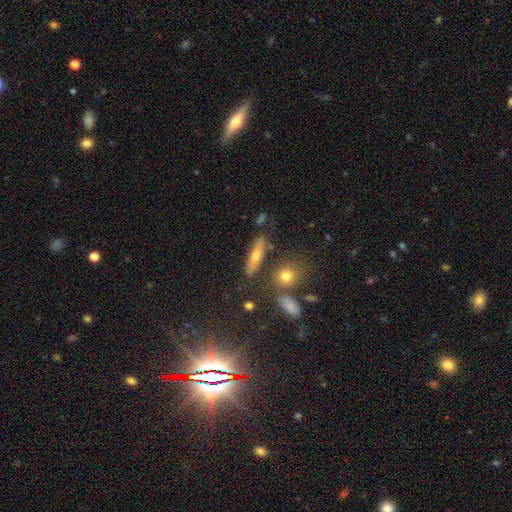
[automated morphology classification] The model was most divided on "smooth or featured": smooth: 40%, featured or disk: 37%, star or artifact: 23%. More confident: merging — none (76%).